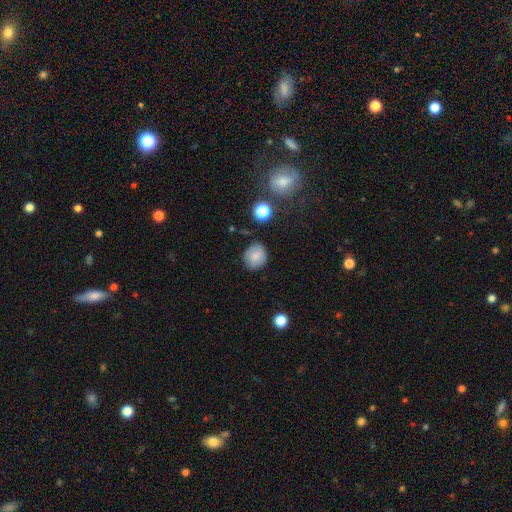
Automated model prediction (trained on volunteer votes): A smooth galaxy with no disk features (80%) that is round (72%).

Vote fractions:
- Smooth or featured? smooth: 80% / featured or disk: 11% / star or artifact: 10%
- How rounded? round: 72% / in between: 27% / cigar-shaped: 1%
- Merging? none: 79% / minor disturbance: 15% / major disturbance: 4% / merger: 2%